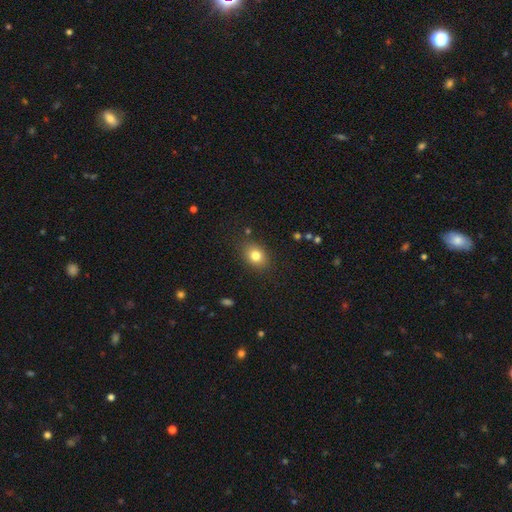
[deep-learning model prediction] Smooth or featured? smooth (80%)
How rounded? in between (62%)
Merging? none (84%)